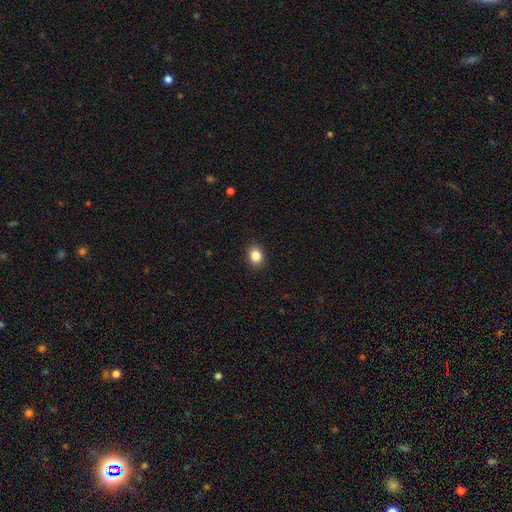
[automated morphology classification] smooth-or-featured: smooth: 85% | star or artifact: 10% | featured or disk: 5%
  how-rounded: round: 53% | in between: 46% | cigar-shaped: 1%
  merging: none: 91% | minor disturbance: 6% | major disturbance: 2% | merger: 1%